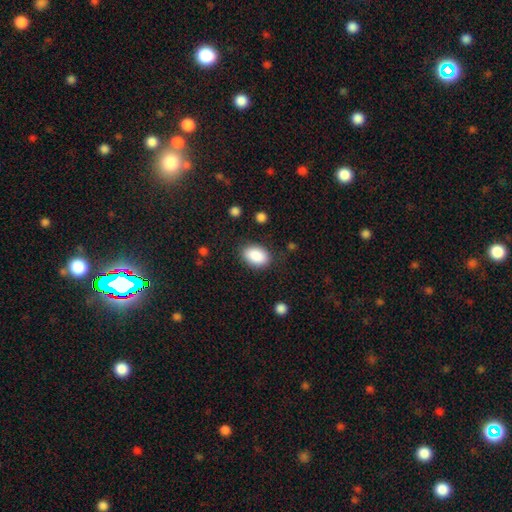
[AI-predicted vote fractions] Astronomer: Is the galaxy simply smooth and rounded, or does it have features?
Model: smooth — 89%.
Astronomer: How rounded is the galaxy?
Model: in between — 88%.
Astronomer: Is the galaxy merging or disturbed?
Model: none — 83%.